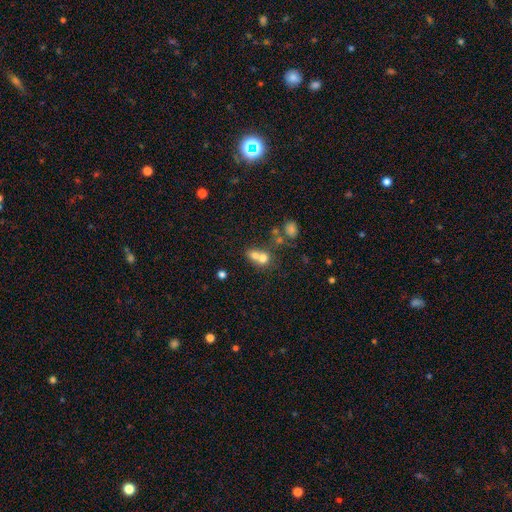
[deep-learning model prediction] Q: Smooth or featured?
A: smooth (67%); runner-up: featured or disk (19%)
Q: How rounded?
A: round (69%); runner-up: in between (29%)
Q: Merging?
A: merger (65%); runner-up: none (25%)